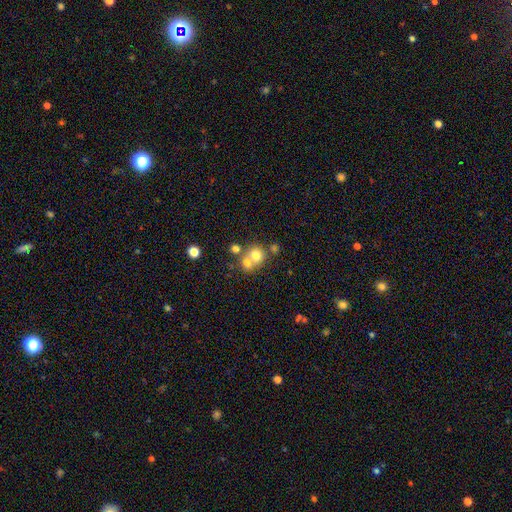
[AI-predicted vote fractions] Smooth or featured?
  - smooth: 70% *
  - featured or disk: 17%
  - star or artifact: 13%
How rounded?
  - round: 82% *
  - in between: 17%
  - cigar-shaped: 1%
Merging?
  - merger: 51% *
  - none: 39%
  - minor disturbance: 7%
  - major disturbance: 4%